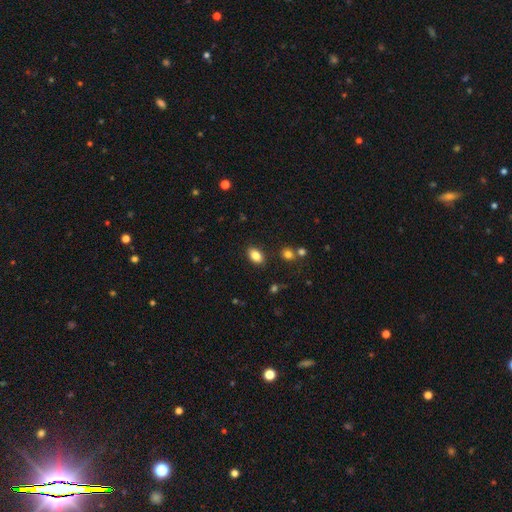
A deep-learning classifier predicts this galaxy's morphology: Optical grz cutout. It shows a smooth galaxy with no disk features (85%) that is in between round and cigar-shaped (88%). Merging: none (86%).